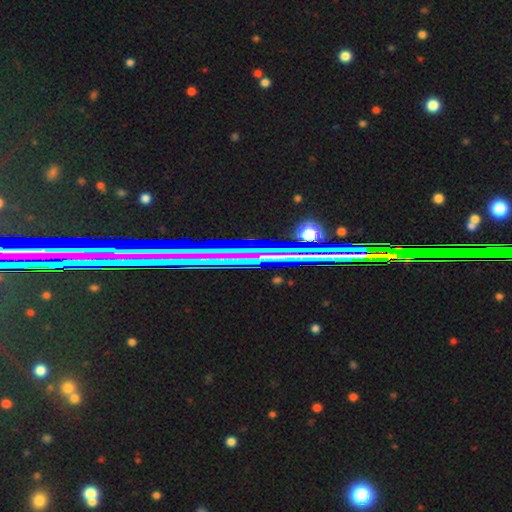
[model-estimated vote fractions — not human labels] A star or artifact, not a galaxy (55%).